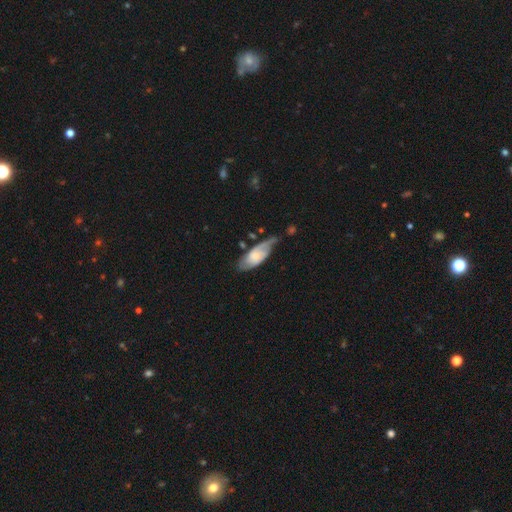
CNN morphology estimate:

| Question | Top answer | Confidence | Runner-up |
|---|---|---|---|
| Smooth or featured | featured or disk | 53% | smooth (41%) |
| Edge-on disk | no | 86% | yes (14%) |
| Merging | none | 44% | minor disturbance (33%) |